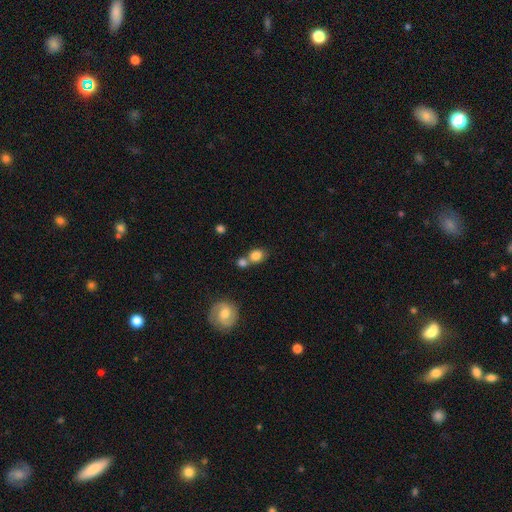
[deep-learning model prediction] smooth-or-featured: smooth: 80% | featured or disk: 10% | star or artifact: 10%
  how-rounded: round: 58% | in between: 40% | cigar-shaped: 2%
  merging: none: 47% | merger: 38% | minor disturbance: 10% | major disturbance: 4%